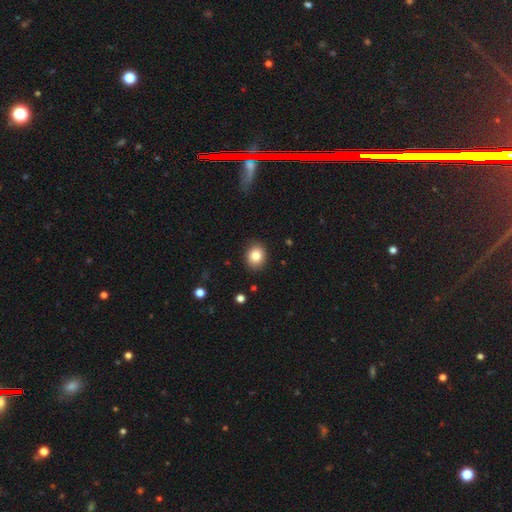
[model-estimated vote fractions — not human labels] smooth-or-featured: smooth: 83% | star or artifact: 9% | featured or disk: 7%
  how-rounded: round: 59% | in between: 41% | cigar-shaped: 1%
  merging: none: 88% | minor disturbance: 9% | major disturbance: 2% | merger: 1%